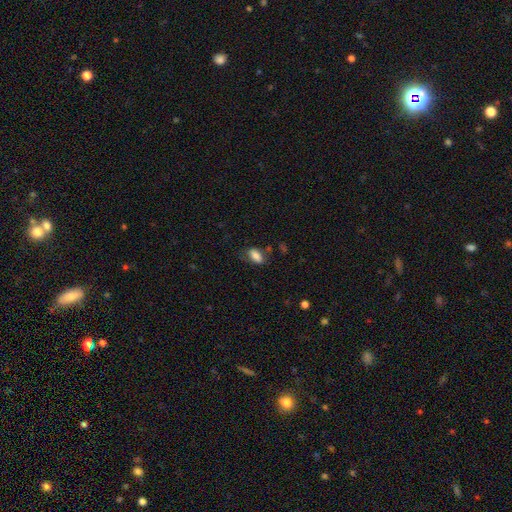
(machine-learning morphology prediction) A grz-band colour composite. It shows a smooth galaxy with no disk features (81%) that is in between round and cigar-shaped (88%). Merging: none (63%).